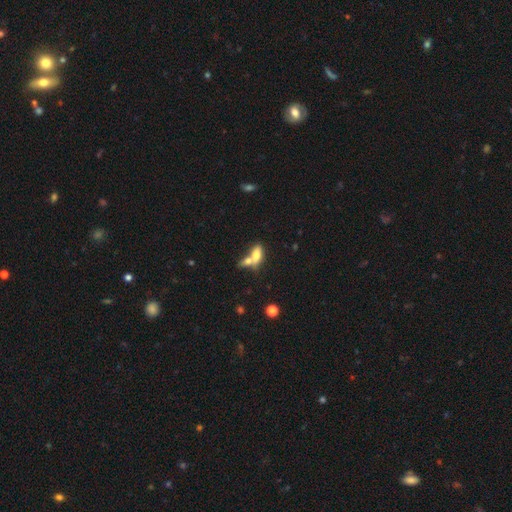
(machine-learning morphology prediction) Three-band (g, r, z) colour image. It shows a smooth galaxy with no disk features (71%) that is in between round and cigar-shaped (78%). Merging: merger (59%).